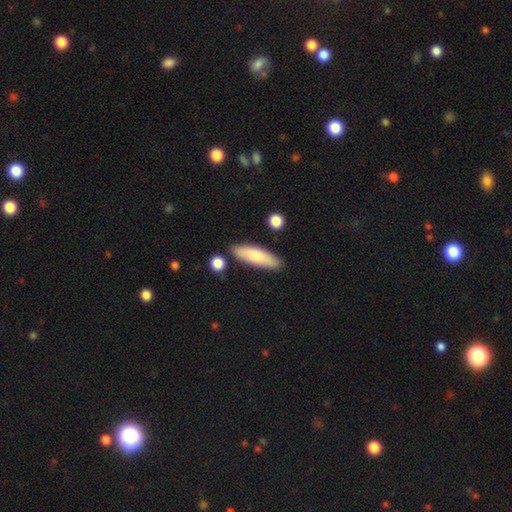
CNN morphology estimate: Smooth or featured? smooth (79%)
How rounded? cigar-shaped (54%)
Merging? none (83%)